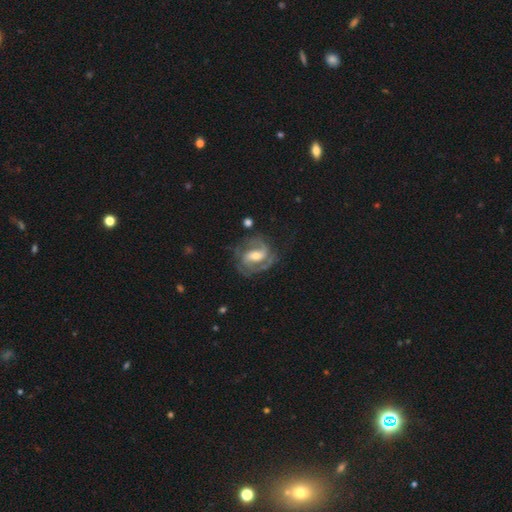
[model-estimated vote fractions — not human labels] Smooth or featured: featured or disk — 87% (smooth — 8%)
Edge-on disk: no — 97% (yes — 3%)
Bar: weak — 45% (strong — 34%)
Spiral arms: yes — 95% (no — 5%)
Spiral winding: medium — 48% (tight — 38%)
Spiral arm count: 2 — 76% (3 — 9%)
Bulge size: moderate — 61% (small — 31%)
Merging: none — 67% (minor disturbance — 19%)